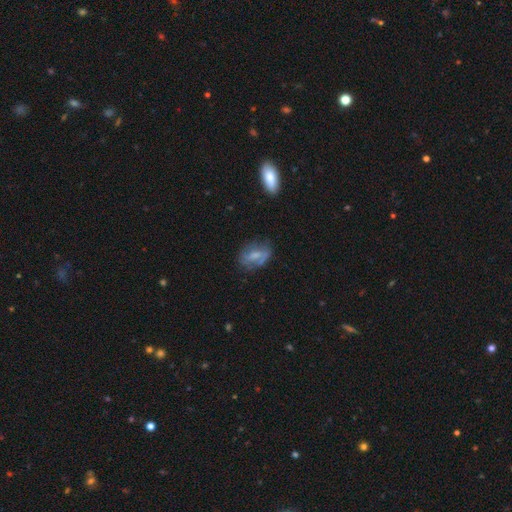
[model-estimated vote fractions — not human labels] A featured or disk galaxy (47%).

Vote fractions:
- Smooth or featured? featured or disk: 47% / smooth: 45% / star or artifact: 9%
- Merging? none: 60% / minor disturbance: 26% / major disturbance: 12% / merger: 2%